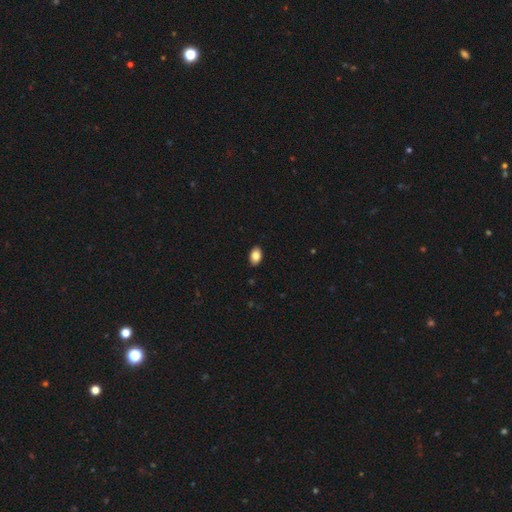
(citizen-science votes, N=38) Morphology: type=smooth (84%); roundness=in between (94%); merging=none (91%).